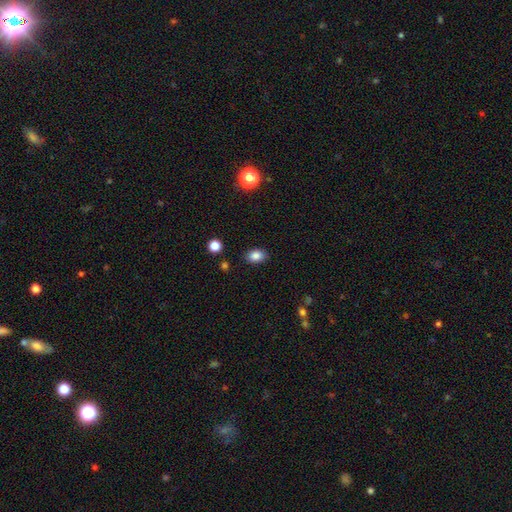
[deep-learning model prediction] A smooth galaxy with no disk features (85%) that is in between round and cigar-shaped (79%). Merging: none (86%).